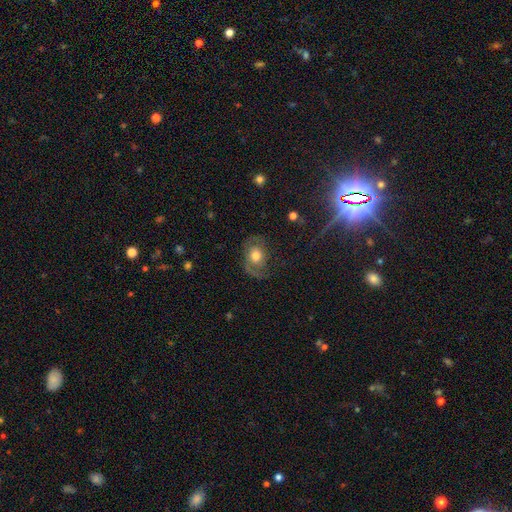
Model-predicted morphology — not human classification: smooth_or_featured: featured or disk (p=0.50) [alt: smooth p=0.40]
merging: none (p=0.57) [alt: minor disturbance p=0.21]